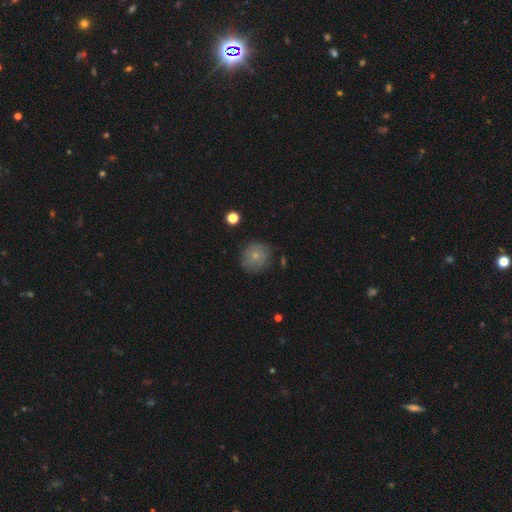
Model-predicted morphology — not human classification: smooth-or-featured: smooth: 70% | featured or disk: 21% | star or artifact: 9%
  how-rounded: round: 88% | in between: 11% | cigar-shaped: 1%
  merging: none: 79% | minor disturbance: 15% | major disturbance: 4% | merger: 2%